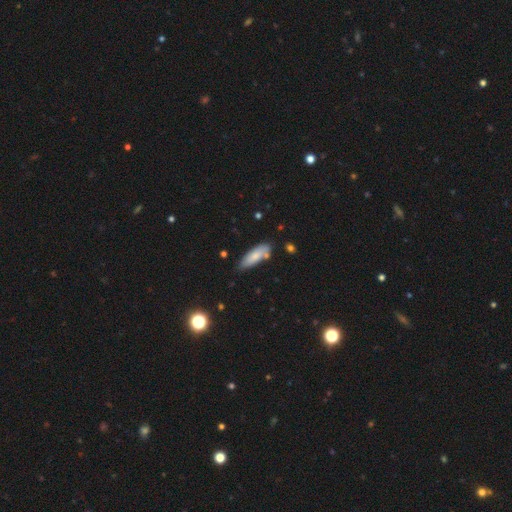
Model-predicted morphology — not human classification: Q: Smooth or featured?
A: smooth (79%); runner-up: featured or disk (15%)
Q: How rounded?
A: in between (61%); runner-up: cigar-shaped (37%)
Q: Merging?
A: none (70%); runner-up: minor disturbance (21%)